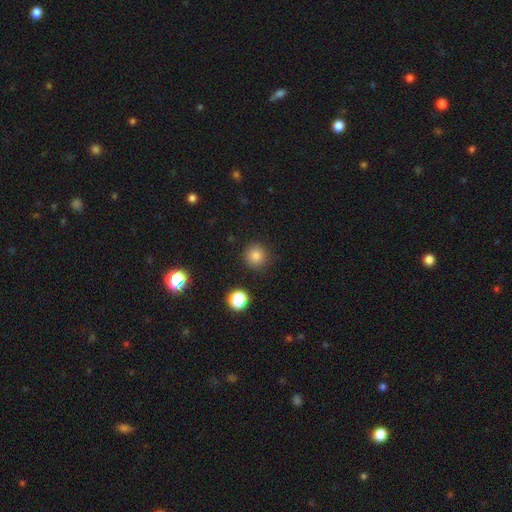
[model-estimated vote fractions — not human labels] The model was most divided on "smooth or featured": smooth: 81%, star or artifact: 14%, featured or disk: 5%. More confident: how rounded — round (94%); merging — none (89%).